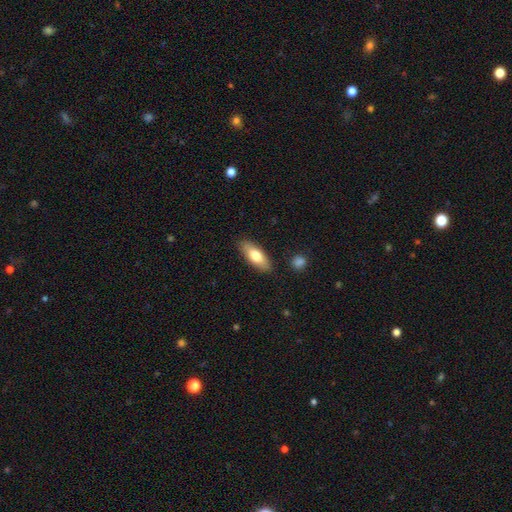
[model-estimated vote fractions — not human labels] This appears to be a smooth galaxy with no disk features (72%) that is in between round and cigar-shaped (70%). Merging: none (86%).